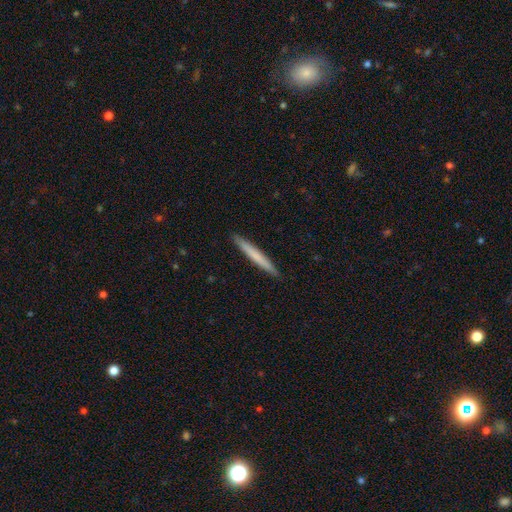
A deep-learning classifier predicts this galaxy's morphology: Smooth or featured: smooth — 68% (featured or disk — 27%)
How rounded: cigar-shaped — 97% (in between — 2%)
Merging: none — 92% (minor disturbance — 6%)